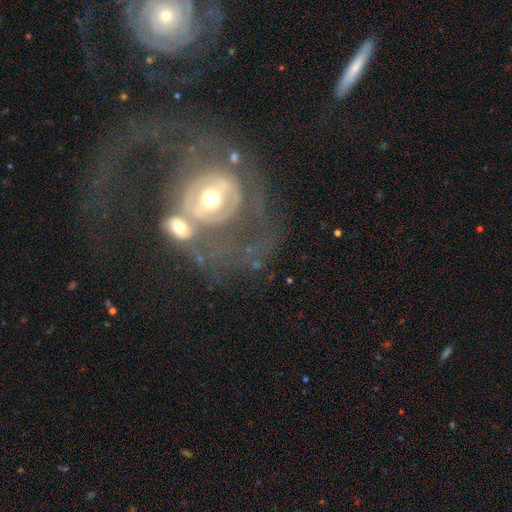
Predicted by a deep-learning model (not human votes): This appears to be a featured or disk galaxy (71%) with no bar (55%), spiral arms (55%) and a moderate central bulge (63%). Merging: none (32%).